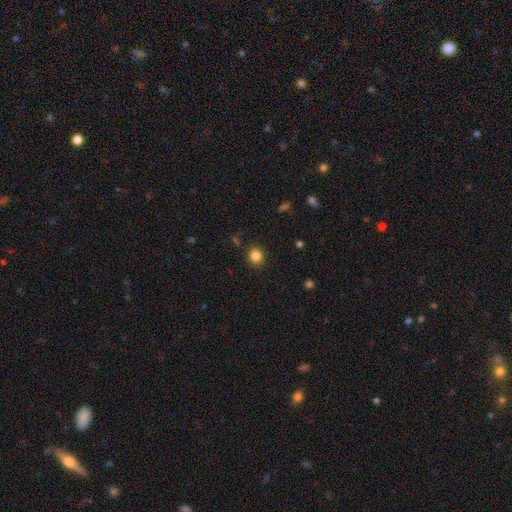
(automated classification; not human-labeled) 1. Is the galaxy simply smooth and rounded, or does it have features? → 85% smooth, 11% star or artifact, 4% featured or disk.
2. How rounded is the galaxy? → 87% round, 12% in between, 1% cigar-shaped.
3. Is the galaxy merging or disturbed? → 88% none, 8% minor disturbance, 2% major disturbance, 2% merger.